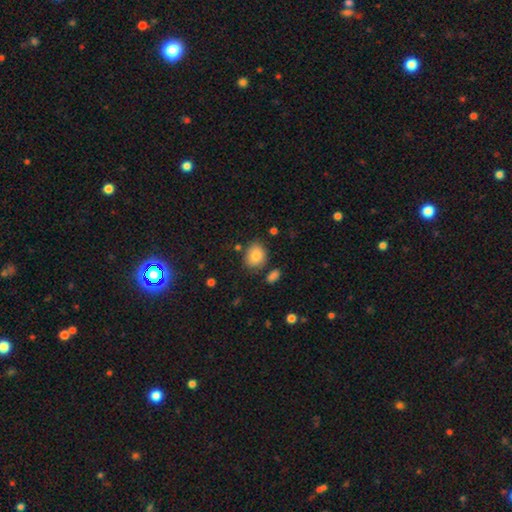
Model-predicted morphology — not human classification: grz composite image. It shows a smooth galaxy with no disk features (83%) that is in between round and cigar-shaped (50%). Merging: none (75%).